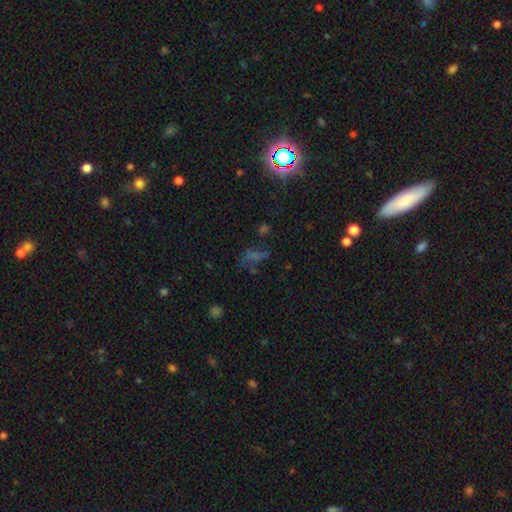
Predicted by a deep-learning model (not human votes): Morphology: type=star or artifact (51%).